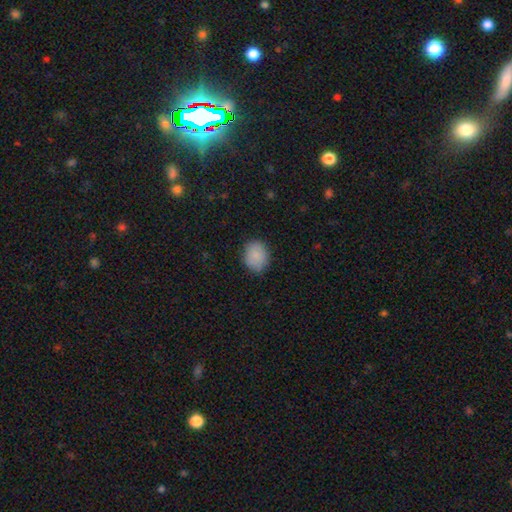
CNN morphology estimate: A smooth galaxy with no disk features (86%) that is in between round and cigar-shaped (52%). Merging: none (82%).